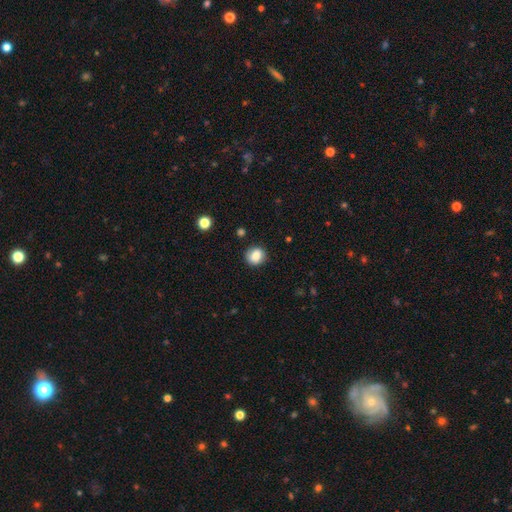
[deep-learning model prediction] Smooth or featured: smooth — 85% (star or artifact — 9%)
How rounded: round — 82% (in between — 17%)
Merging: none — 87% (minor disturbance — 9%)